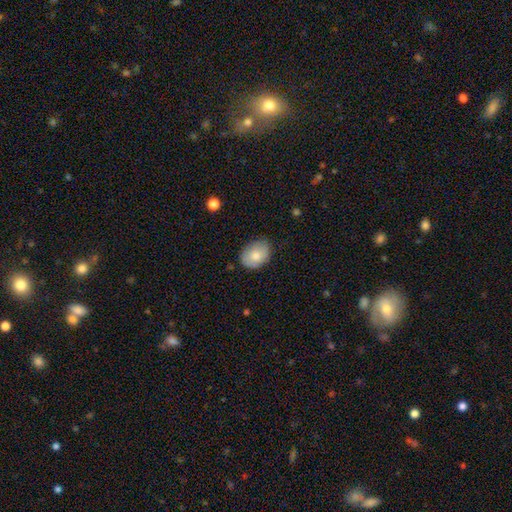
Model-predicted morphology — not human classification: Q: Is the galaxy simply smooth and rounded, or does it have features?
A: smooth — 80%.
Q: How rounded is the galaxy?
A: in between — 73%.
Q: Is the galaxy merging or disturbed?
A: none — 76%.